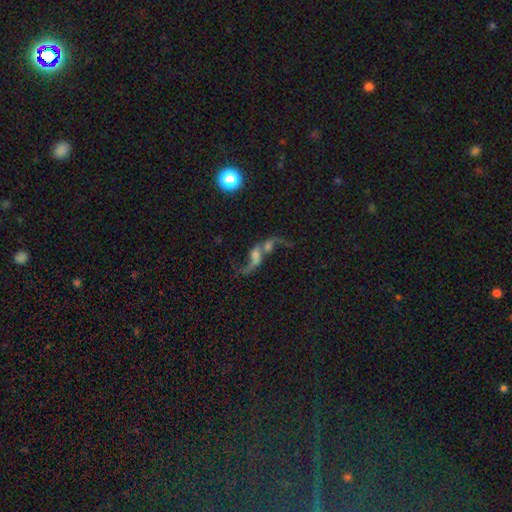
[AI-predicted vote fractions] Q: Smooth or featured?
A: featured or disk (68%); runner-up: smooth (19%)
Q: Edge-on disk?
A: no (93%); runner-up: yes (7%)
Q: Bar?
A: no (60%); runner-up: weak (29%)
Q: Spiral arms?
A: yes (76%); runner-up: no (24%)
Q: Bulge size?
A: none (32%); runner-up: small (26%)
Q: Merging?
A: merger (55%); runner-up: none (22%)